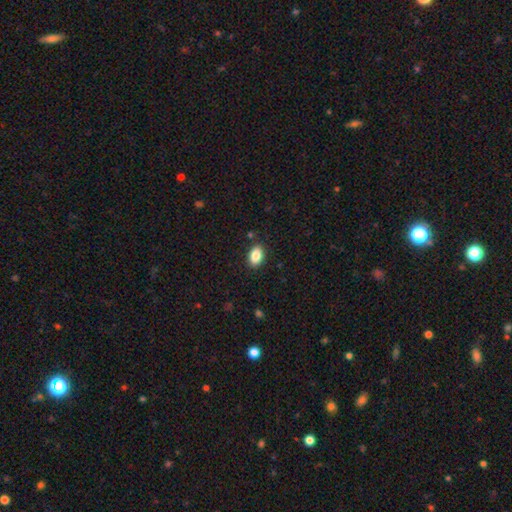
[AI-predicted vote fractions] This is clearly a smooth galaxy (86%). How rounded: clearly in between (89%). Merging: clearly none (88%).